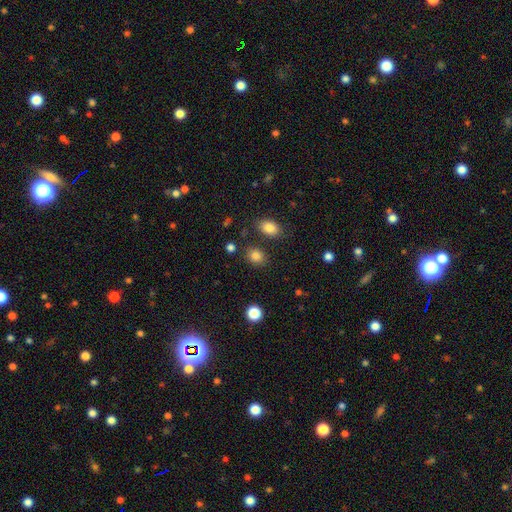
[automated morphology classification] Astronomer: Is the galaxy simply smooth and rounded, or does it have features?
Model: smooth — 84%.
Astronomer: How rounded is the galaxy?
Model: in between — 50% (runner-up: round, 49%).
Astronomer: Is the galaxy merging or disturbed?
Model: none — 80%.